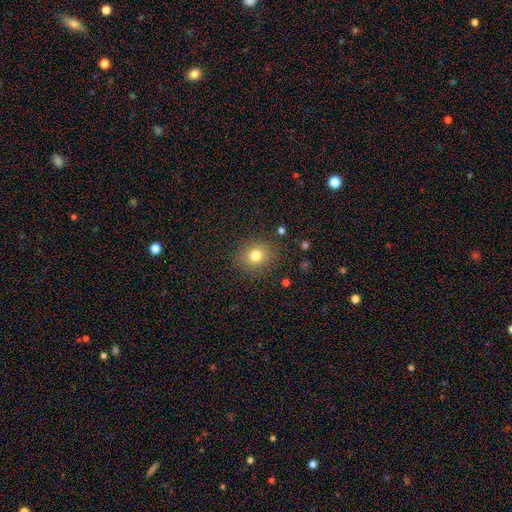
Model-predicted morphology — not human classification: Overall: smooth (78%). How rounded: round (76%). Merging: none (87%).